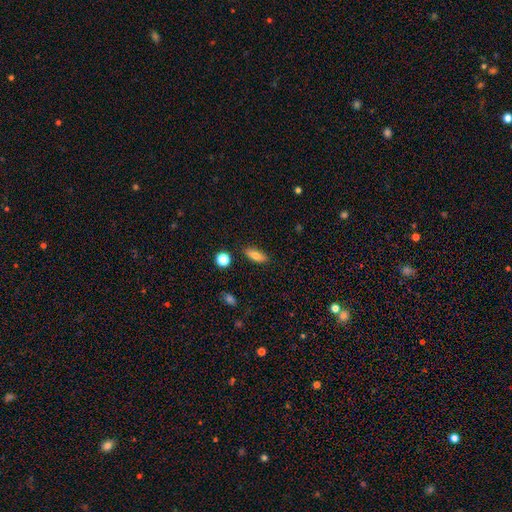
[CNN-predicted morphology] smooth 71%, featured or disk 20%, star or artifact 8%. Down the decision tree: how rounded — in between (65%); merging — none (87%).